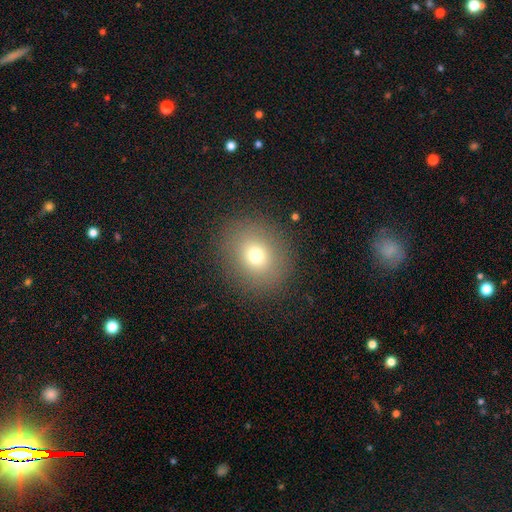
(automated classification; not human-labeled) smooth 73%, star or artifact 15%, featured or disk 12%. Down the decision tree: how rounded — round (73%); merging — none (87%).